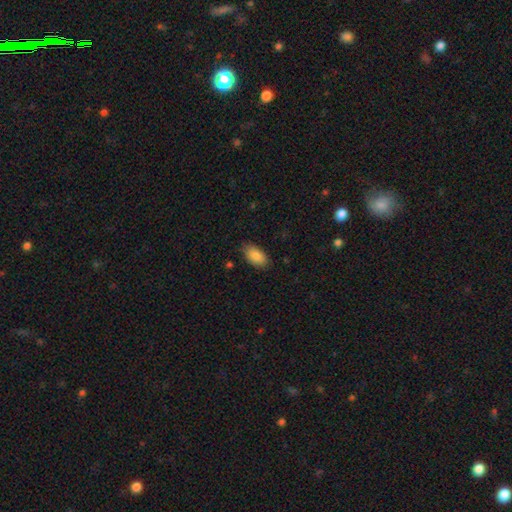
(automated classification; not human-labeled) A smooth galaxy with no disk features (86%) that is in between round and cigar-shaped (94%). Merging: none (82%).